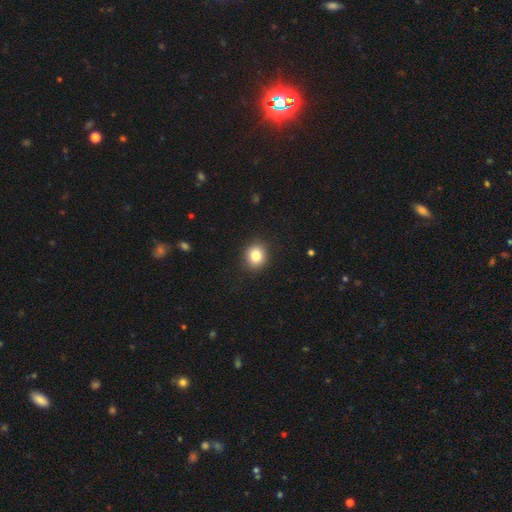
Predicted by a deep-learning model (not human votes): Smooth or featured: smooth — 83% (star or artifact — 10%)
How rounded: round — 72% (in between — 27%)
Merging: none — 90% (minor disturbance — 7%)